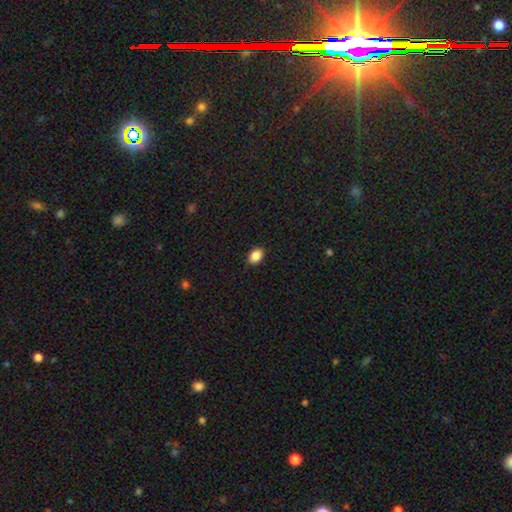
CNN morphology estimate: type=smooth (87%); roundness=in between (78%); merging=none (89%).